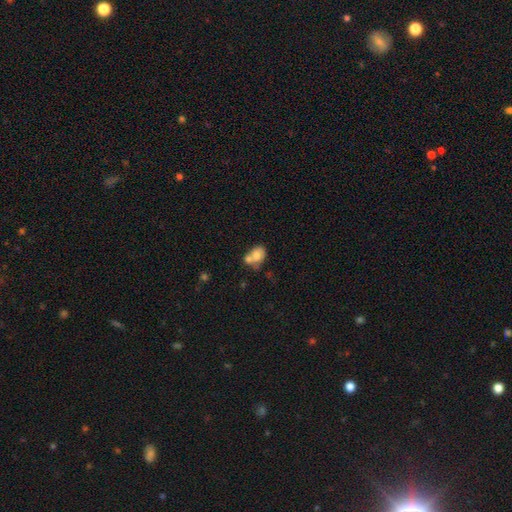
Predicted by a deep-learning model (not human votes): Morphology: type=smooth (66%); roundness=in between (60%); merging=merger (54%).